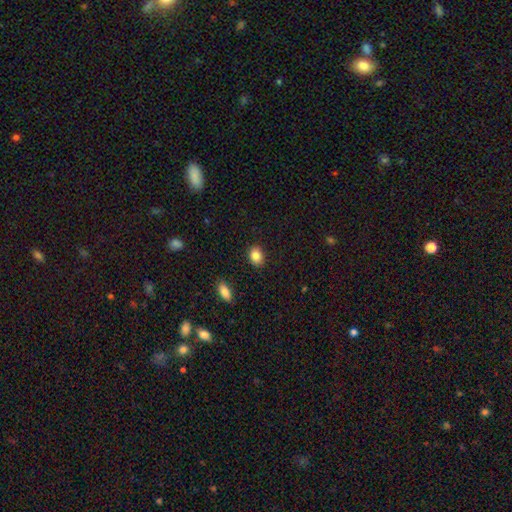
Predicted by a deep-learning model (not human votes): This appears to be a smooth galaxy with no disk features (86%) that is in between round and cigar-shaped (59%). Merging: none (89%).